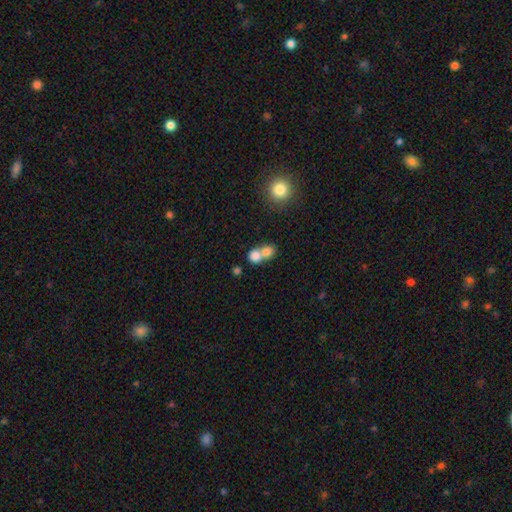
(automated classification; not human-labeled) This is likely a smooth galaxy (79%). How rounded: likely round (74%). Merging: likely merger (64%).